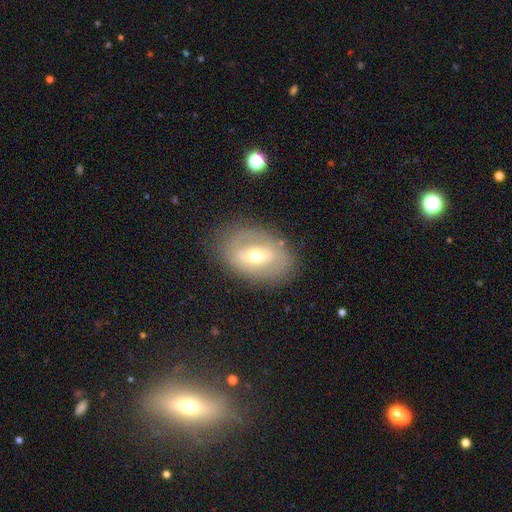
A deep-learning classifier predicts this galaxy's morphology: Smooth or featured: featured or disk — 58% (smooth — 34%)
Edge-on disk: no — 91% (yes — 9%)
Bar: weak — 39% (no — 32%)
Spiral arms: no — 63% (yes — 37%)
Bulge size: moderate — 55% (small — 40%)
Merging: none — 77% (minor disturbance — 15%)